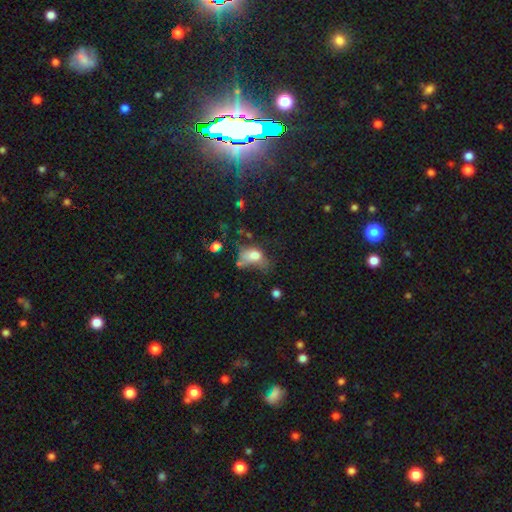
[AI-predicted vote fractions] A smooth galaxy with no disk features (67%) that is in between round and cigar-shaped (75%). Merging: major disturbance (39%).